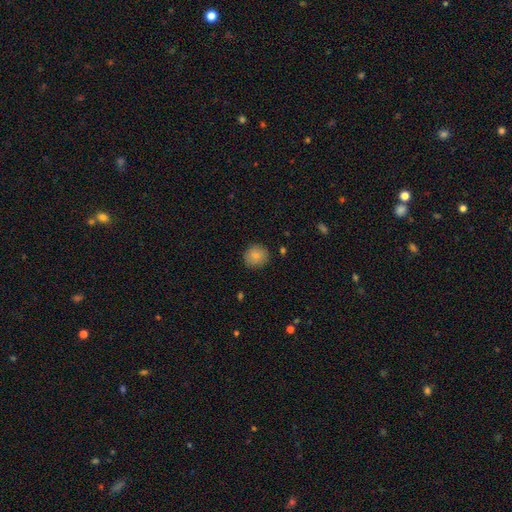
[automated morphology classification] A smooth galaxy with no disk features (84%) that is round (89%).

Vote fractions:
- Smooth or featured? smooth: 84% / star or artifact: 8% / featured or disk: 8%
- How rounded? round: 89% / in between: 10% / cigar-shaped: 1%
- Merging? none: 87% / minor disturbance: 9% / major disturbance: 2% / merger: 1%